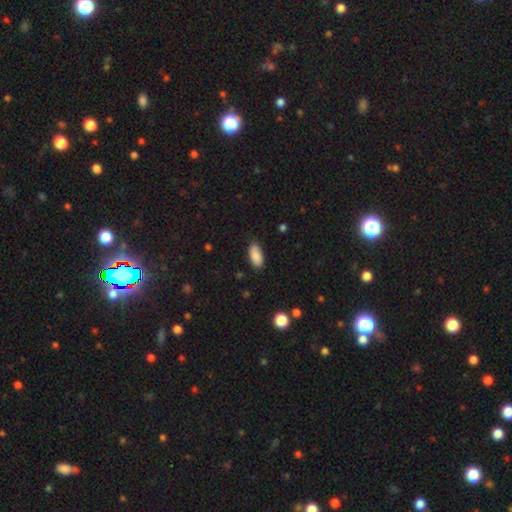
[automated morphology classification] The model was most divided on "merging": none: 84%, minor disturbance: 12%, major disturbance: 2%, merger: 1%. More confident: how rounded — in between (91%); smooth or featured — smooth (88%).